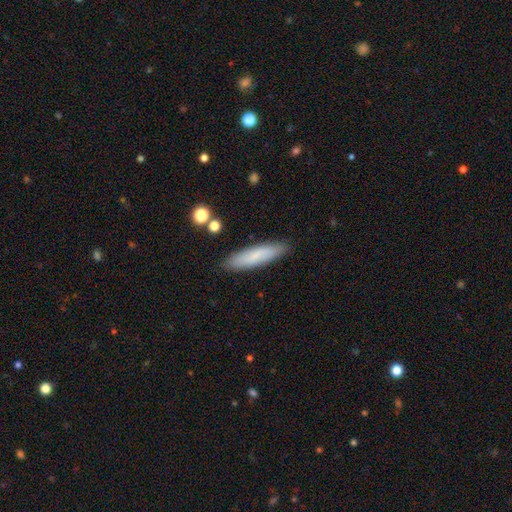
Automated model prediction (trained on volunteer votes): Q: Smooth or featured?
A: smooth (77%); runner-up: featured or disk (16%)
Q: How rounded?
A: cigar-shaped (78%); runner-up: in between (21%)
Q: Merging?
A: none (88%); runner-up: minor disturbance (9%)